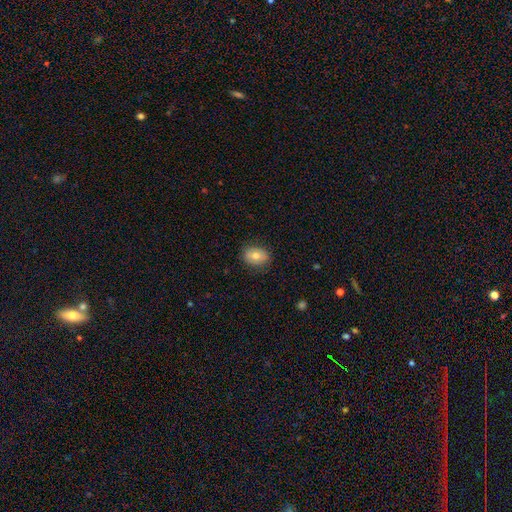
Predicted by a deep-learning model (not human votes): Smooth or featured? Predicted: smooth (p=0.73). How rounded? Predicted: in between (p=0.69). Merging? Predicted: none (p=0.84).